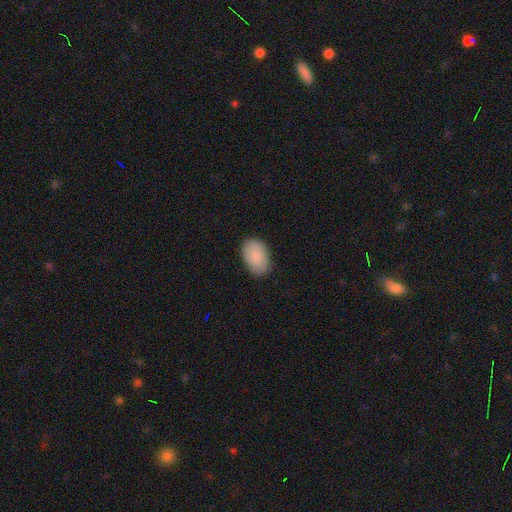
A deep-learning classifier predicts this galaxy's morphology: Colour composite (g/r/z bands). It shows a smooth galaxy with no disk features (89%) that is in between round and cigar-shaped (90%). Merging: none (84%).